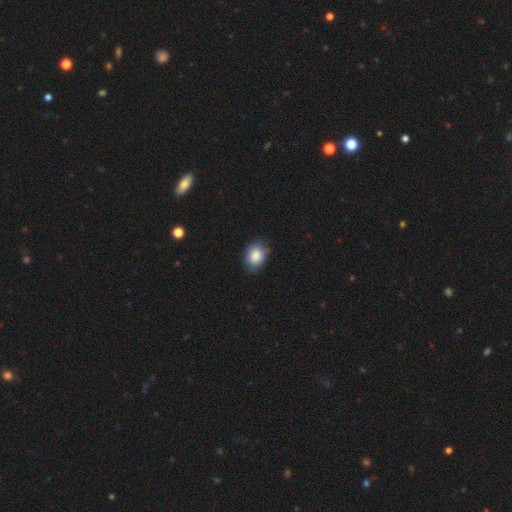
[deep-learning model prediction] smooth 86%, star or artifact 8%, featured or disk 6%. Down the decision tree: how rounded — in between (71%); merging — none (78%).